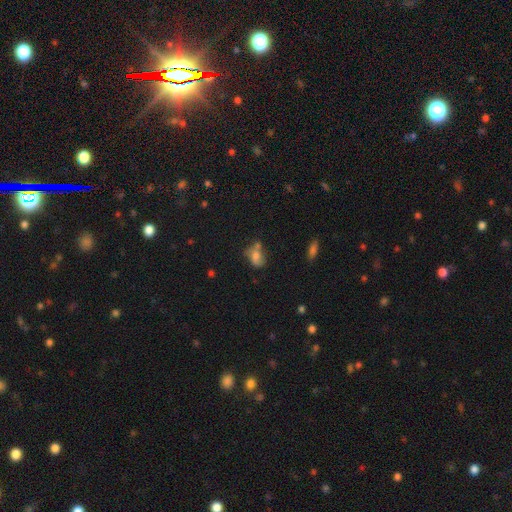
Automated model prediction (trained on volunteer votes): Smooth or featured? smooth (64%)
How rounded? in between (77%)
Merging? none (36%)